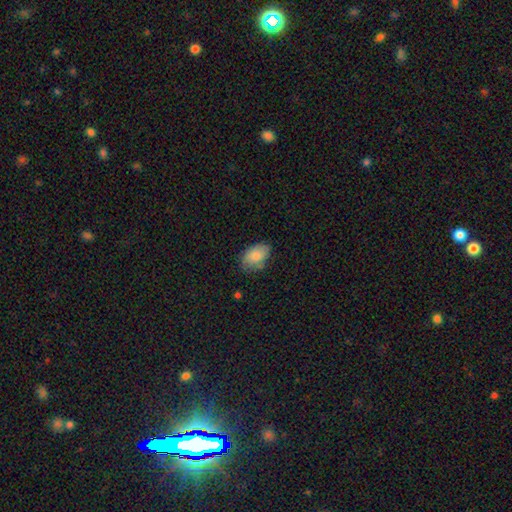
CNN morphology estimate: type=smooth (82%); roundness=in between (90%); merging=none (71%).